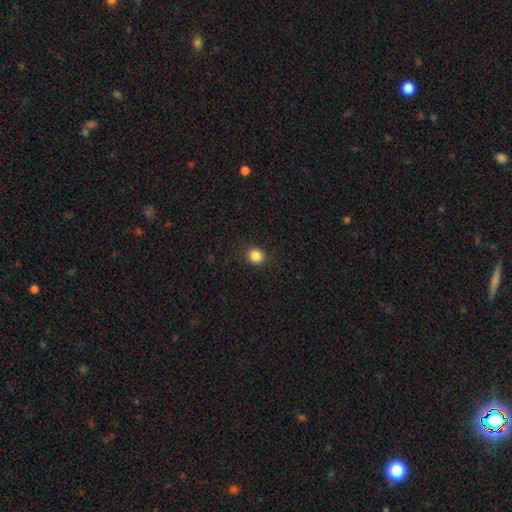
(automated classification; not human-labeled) Overall: smooth (85%). How rounded: round (89%). Merging: none (90%).